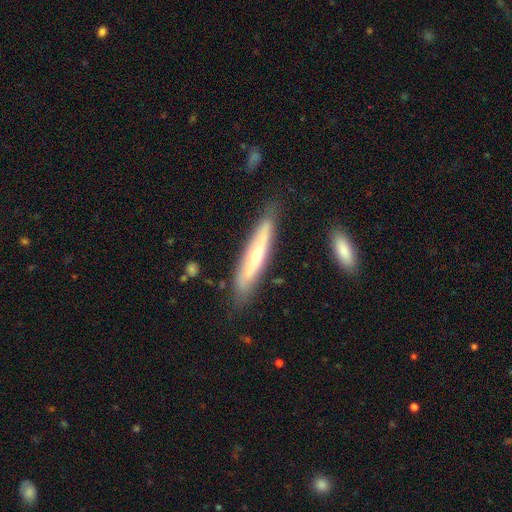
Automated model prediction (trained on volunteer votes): Q: Smooth or featured?
A: featured or disk (54%); runner-up: smooth (40%)
Q: Edge-on disk?
A: yes (71%); runner-up: no (29%)
Q: Merging?
A: none (78%); runner-up: minor disturbance (16%)